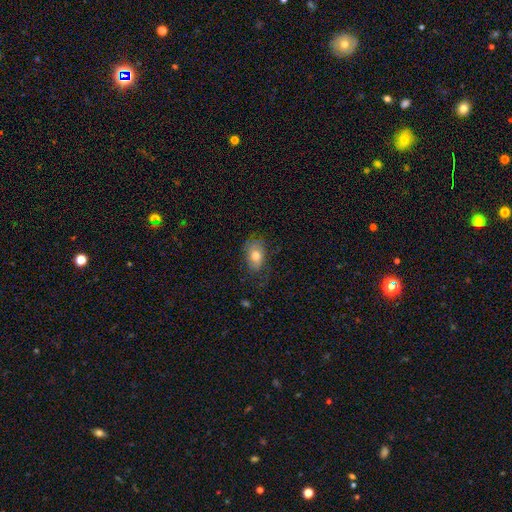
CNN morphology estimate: smooth 65%, featured or disk 26%, star or artifact 9%. Down the decision tree: how rounded — in between (86%); merging — none (65%).